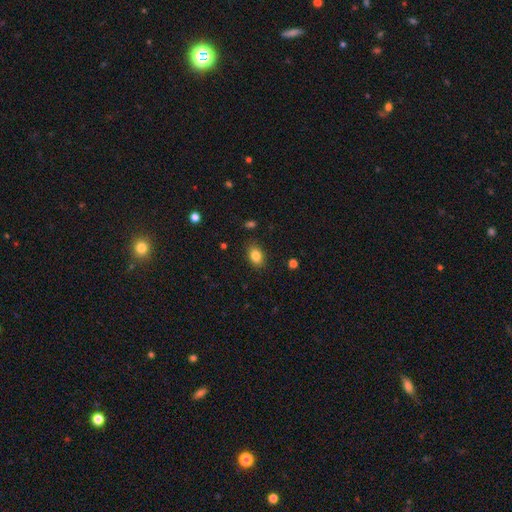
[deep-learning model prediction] Q: Smooth or featured?
A: smooth (84%); runner-up: star or artifact (9%)
Q: How rounded?
A: in between (78%); runner-up: round (21%)
Q: Merging?
A: none (85%); runner-up: minor disturbance (11%)